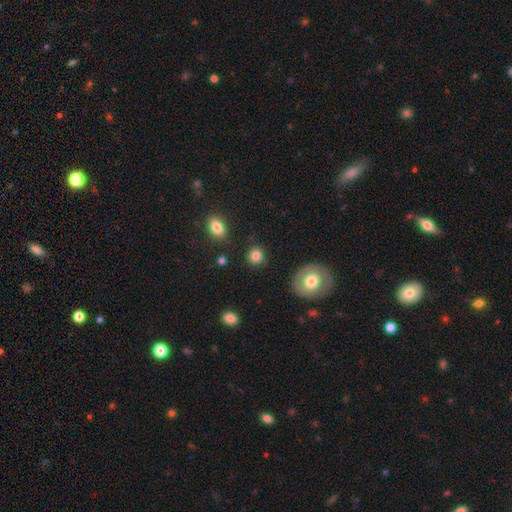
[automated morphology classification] Overall: smooth (84%). How rounded: round (88%). Merging: none (86%).